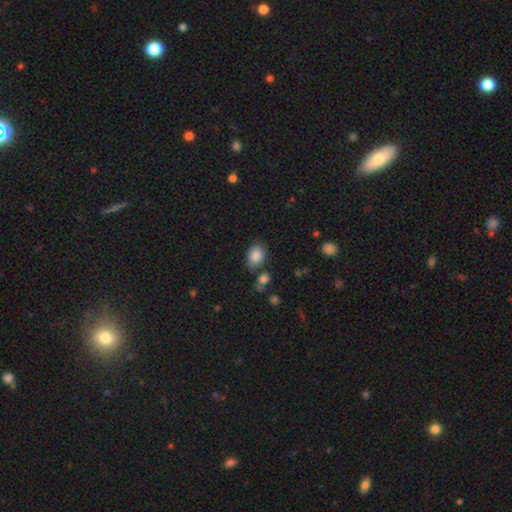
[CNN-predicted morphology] Smooth or featured?
  - smooth: 86% *
  - star or artifact: 8%
  - featured or disk: 6%
How rounded?
  - in between: 79% *
  - round: 20%
  - cigar-shaped: 1%
Merging?
  - none: 75% *
  - minor disturbance: 15%
  - merger: 6%
  - major disturbance: 4%